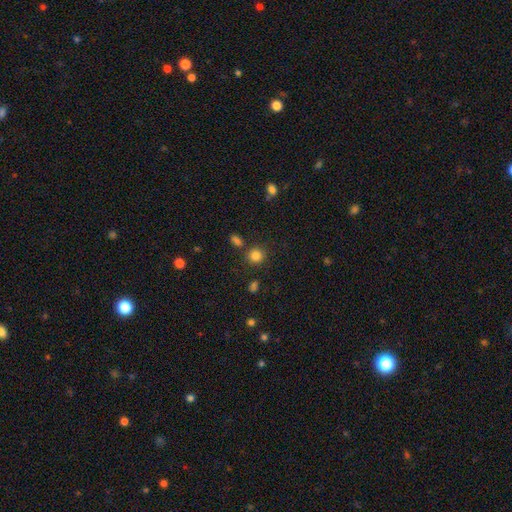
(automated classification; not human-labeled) Smooth or featured: smooth — 82% (star or artifact — 13%)
How rounded: round — 89% (in between — 10%)
Merging: none — 80% (minor disturbance — 9%)